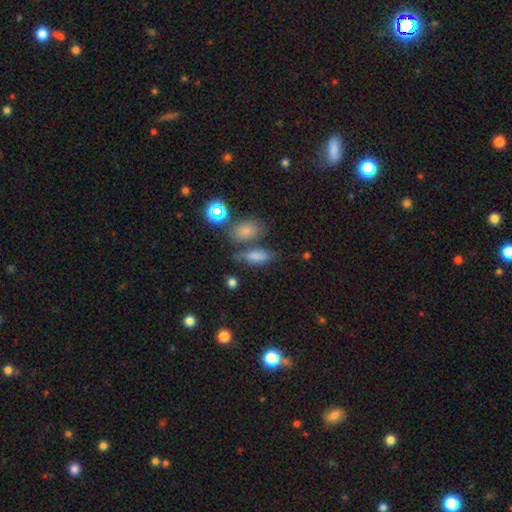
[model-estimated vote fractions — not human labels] The model was most divided on "merging": none: 58%, merger: 20%, minor disturbance: 15%, major disturbance: 7%. More confident: smooth or featured — smooth (73%); how rounded — in between (69%).